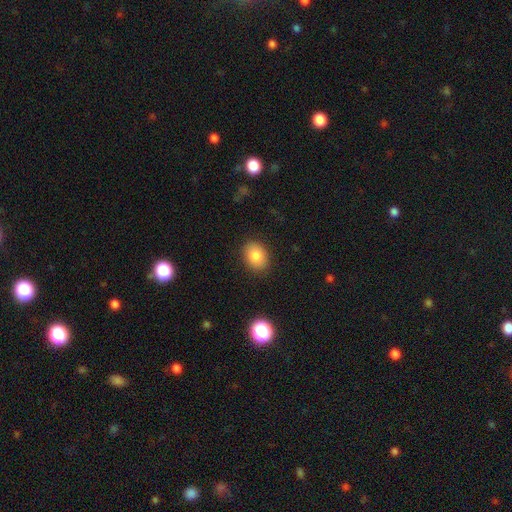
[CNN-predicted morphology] A smooth galaxy with no disk features (82%) that is in between round and cigar-shaped (65%). Merging: none (86%).